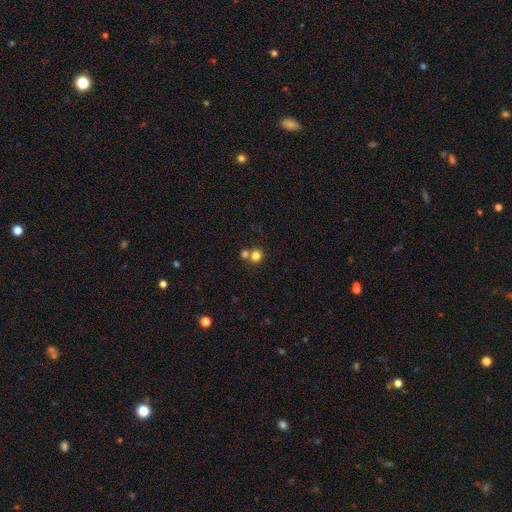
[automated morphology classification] A smooth galaxy with no disk features (80%) that is round (88%).

Vote fractions:
- Smooth or featured? smooth: 80% / star or artifact: 13% / featured or disk: 7%
- How rounded? round: 88% / in between: 11% / cigar-shaped: 1%
- Merging? none: 54% / merger: 36% / minor disturbance: 7% / major disturbance: 3%